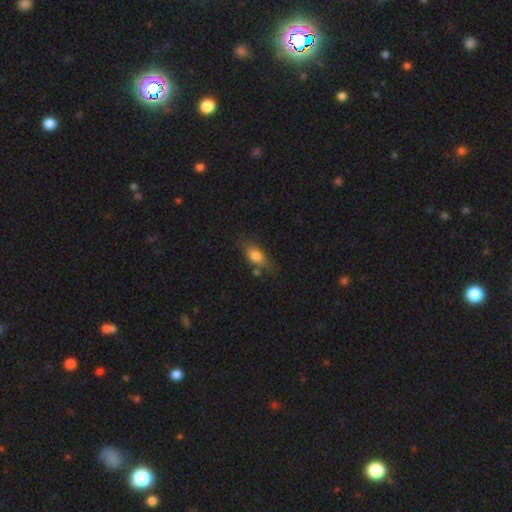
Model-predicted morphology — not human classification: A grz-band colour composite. It shows a smooth galaxy with no disk features (76%) that is in between round and cigar-shaped (80%). Merging: none (64%).